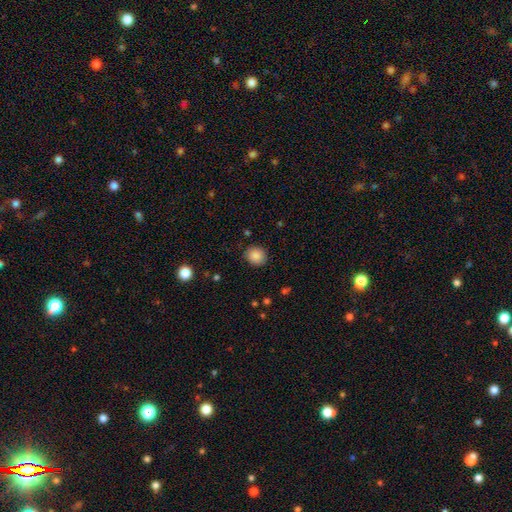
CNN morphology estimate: smooth_or_featured: smooth (p=0.88) [alt: star or artifact p=0.09]
how_rounded: round (p=0.83) [alt: in between p=0.16]
merging: none (p=0.87) [alt: minor disturbance p=0.09]